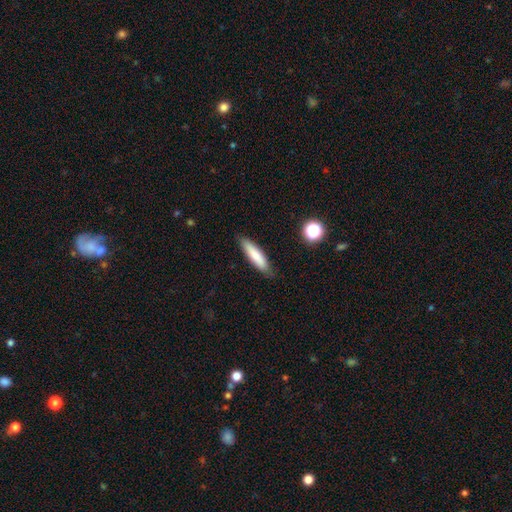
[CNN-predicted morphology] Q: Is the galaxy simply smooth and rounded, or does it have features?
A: smooth — 78%.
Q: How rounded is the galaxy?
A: cigar-shaped — 76%.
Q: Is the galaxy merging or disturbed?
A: none — 83%.